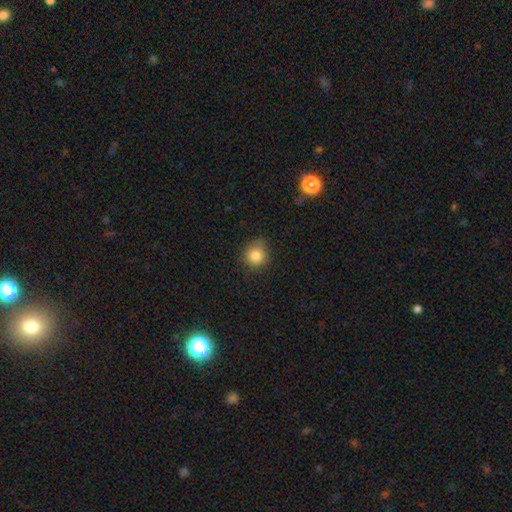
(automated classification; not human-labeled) smooth-or-featured: smooth: 83% | star or artifact: 11% | featured or disk: 6%
  how-rounded: round: 88% | in between: 11% | cigar-shaped: 1%
  merging: none: 77% | minor disturbance: 18% | major disturbance: 4% | merger: 1%